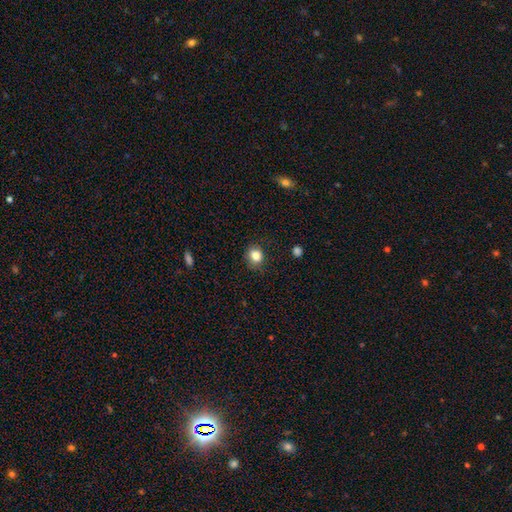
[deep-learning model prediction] The model was most divided on "how rounded": round: 74%, in between: 25%, cigar-shaped: 1%. More confident: smooth or featured — smooth (84%); merging — none (82%).